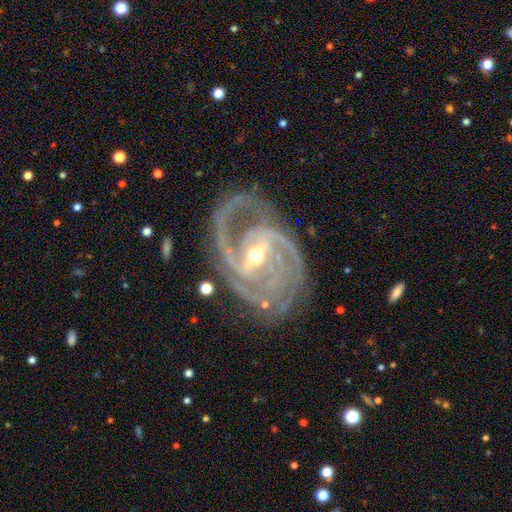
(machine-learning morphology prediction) This appears to be a featured or disk galaxy (93%) with a strong bar (50%), 2 (42%) tight (47%) spiral arms (98%) and a moderate central bulge (50%). Merging: none (70%).